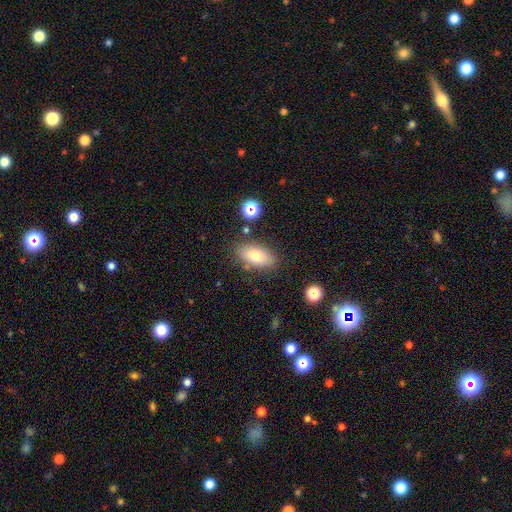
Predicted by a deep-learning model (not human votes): Overall: smooth (75%). How rounded: in between (88%). Merging: none (81%).